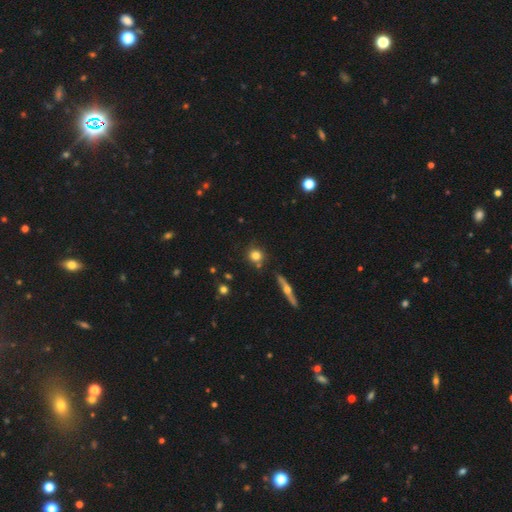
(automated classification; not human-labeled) Smooth or featured? smooth (77%)
How rounded? round (89%)
Merging? none (79%)